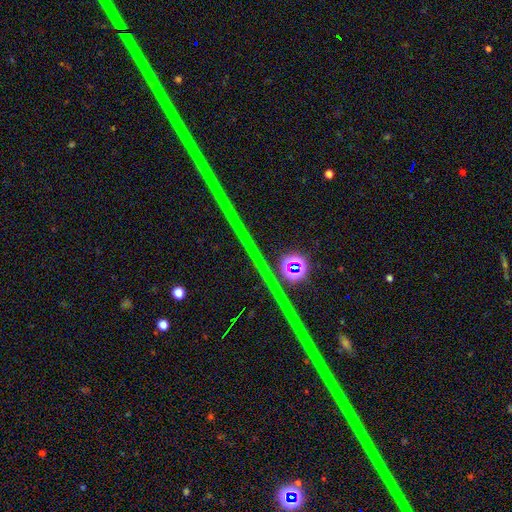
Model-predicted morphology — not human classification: type=star or artifact (87%).